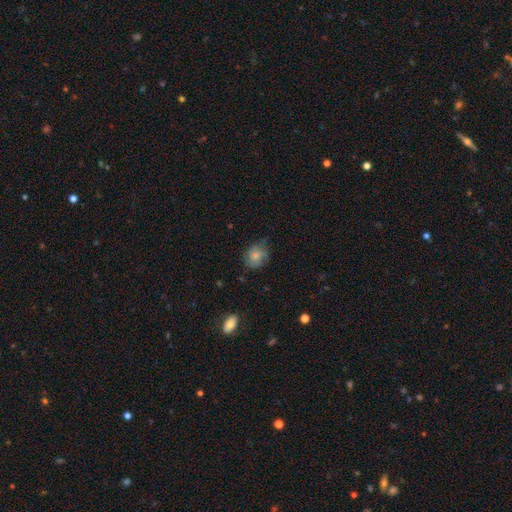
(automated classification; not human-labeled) Overall: smooth (66%). How rounded: round (62%; in between 37%). Merging: none (58%; minor disturbance 31%).